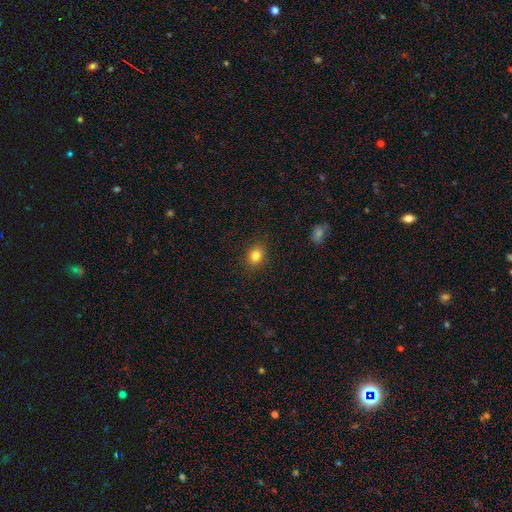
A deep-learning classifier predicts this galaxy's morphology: Q: Smooth or featured?
A: smooth (82%); runner-up: star or artifact (12%)
Q: How rounded?
A: round (56%); runner-up: in between (43%)
Q: Merging?
A: none (88%); runner-up: minor disturbance (9%)